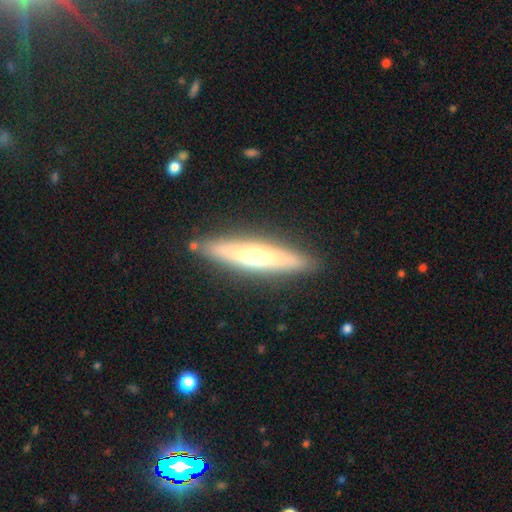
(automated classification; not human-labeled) Smooth or featured: featured or disk — 51% (smooth — 43%)
Edge-on disk: yes — 86% (no — 14%)
Merging: none — 86% (minor disturbance — 10%)